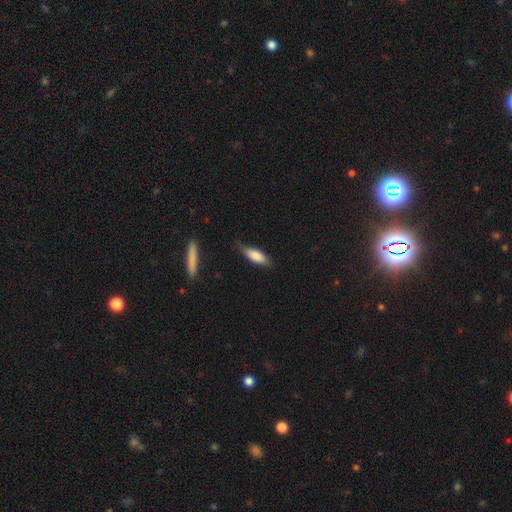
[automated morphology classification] smooth 77%, featured or disk 17%, star or artifact 6%. Down the decision tree: how rounded — in between (56%); merging — none (75%).